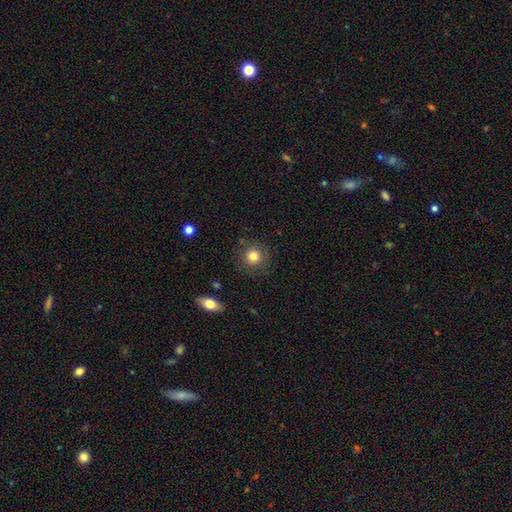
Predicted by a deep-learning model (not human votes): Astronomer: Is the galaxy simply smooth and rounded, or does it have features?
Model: smooth — 78%.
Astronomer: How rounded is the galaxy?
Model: round — 92%.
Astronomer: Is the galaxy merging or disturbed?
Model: none — 88%.